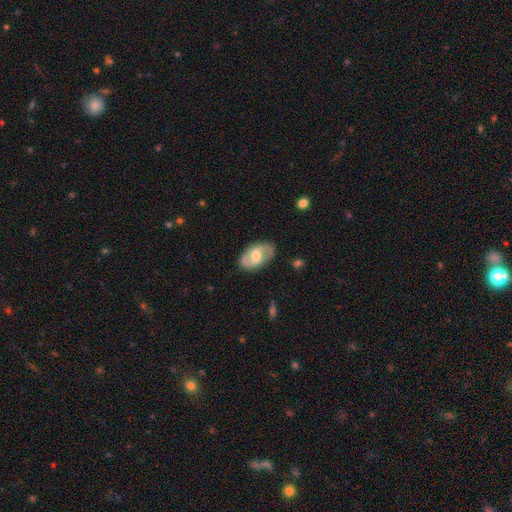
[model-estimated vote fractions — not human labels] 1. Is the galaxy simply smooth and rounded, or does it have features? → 63% featured or disk, 32% smooth, 5% star or artifact.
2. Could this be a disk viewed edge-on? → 95% no, 5% yes.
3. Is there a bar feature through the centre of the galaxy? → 51% weak, 34% no, 16% strong.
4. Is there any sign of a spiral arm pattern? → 81% yes, 19% no.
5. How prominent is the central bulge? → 66% moderate, 21% small, 10% large, 2% none, 1% dominant.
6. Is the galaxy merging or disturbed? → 80% none, 15% minor disturbance, 4% major disturbance, 1% merger.